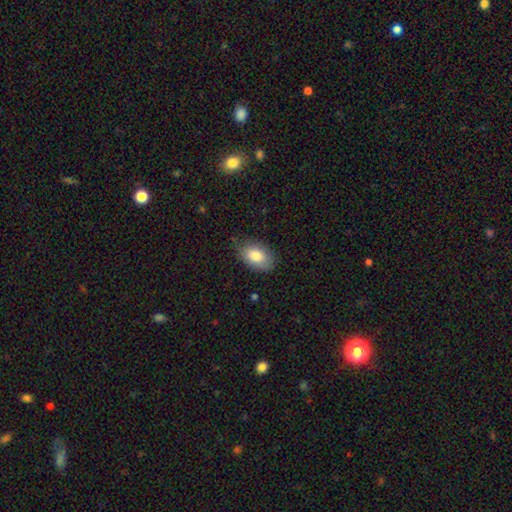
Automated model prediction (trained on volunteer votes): Smooth or featured? smooth (83%)
How rounded? in between (89%)
Merging? none (73%)